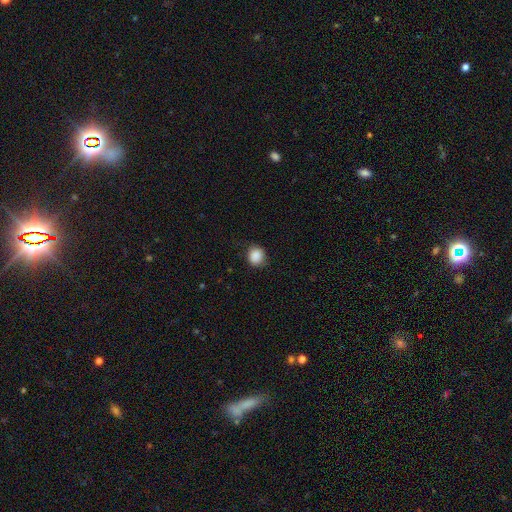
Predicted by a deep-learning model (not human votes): Smooth or featured? smooth (88%)
How rounded? round (80%)
Merging? none (80%)